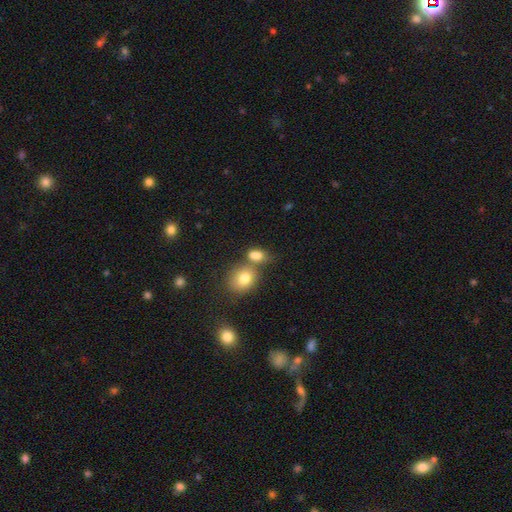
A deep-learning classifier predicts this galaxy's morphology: A smooth galaxy with no disk features (80%) that is in between round and cigar-shaped (69%).

Vote fractions:
- Smooth or featured? smooth: 80% / star or artifact: 11% / featured or disk: 9%
- How rounded? in between: 69% / round: 28% / cigar-shaped: 3%
- Merging? none: 44% / merger: 39% / minor disturbance: 12% / major disturbance: 5%